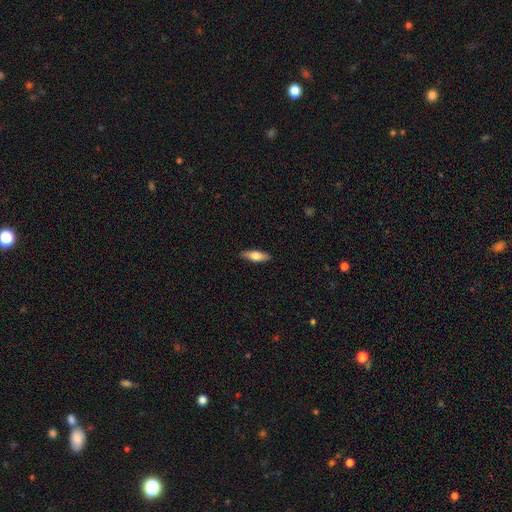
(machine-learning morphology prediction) smooth-or-featured: smooth: 67% | featured or disk: 27% | star or artifact: 6%
  how-rounded: in between: 58% | cigar-shaped: 39% | round: 2%
  merging: none: 88% | minor disturbance: 9% | major disturbance: 2% | merger: 1%